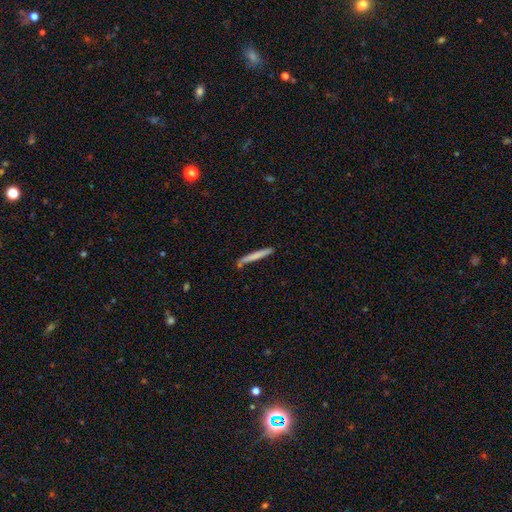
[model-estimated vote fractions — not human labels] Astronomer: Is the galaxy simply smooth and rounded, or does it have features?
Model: smooth — 71%.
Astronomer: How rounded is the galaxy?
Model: cigar-shaped — 96%.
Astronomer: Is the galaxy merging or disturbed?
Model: none — 82%.